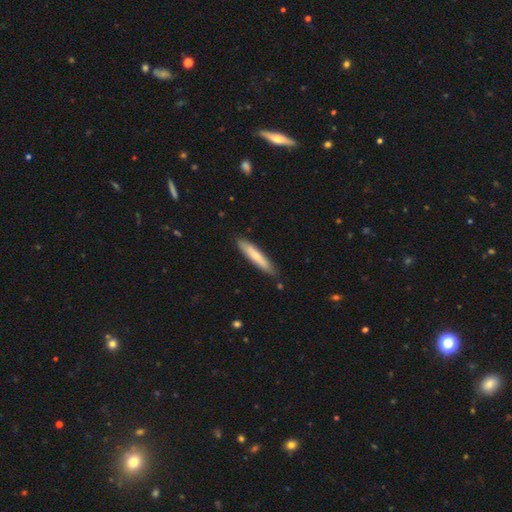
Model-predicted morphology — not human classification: This appears to be a smooth galaxy with no disk features (68%) that is cigar-shaped (88%). Merging: none (85%).